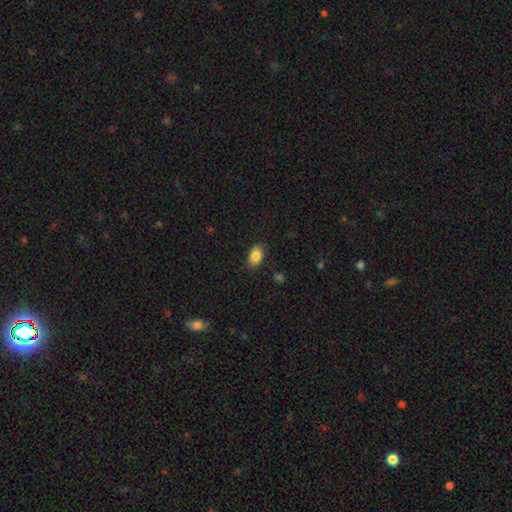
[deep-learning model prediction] Q: Smooth or featured?
A: smooth (86%); runner-up: star or artifact (8%)
Q: How rounded?
A: in between (86%); runner-up: round (12%)
Q: Merging?
A: none (83%); runner-up: minor disturbance (13%)